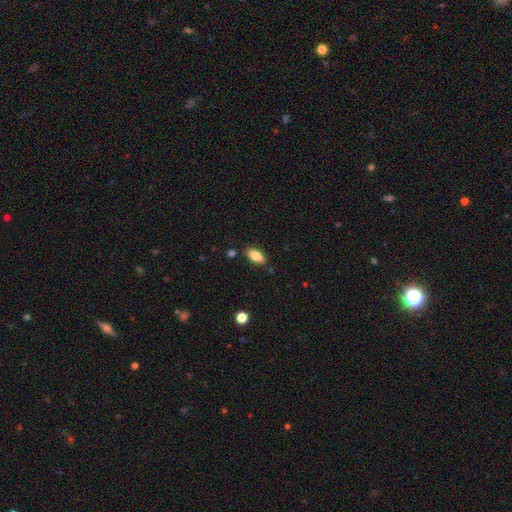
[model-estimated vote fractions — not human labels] smooth-or-featured: smooth: 85% | featured or disk: 8% | star or artifact: 7%
  how-rounded: in between: 88% | cigar-shaped: 9% | round: 3%
  merging: none: 85% | minor disturbance: 11% | major disturbance: 2% | merger: 2%